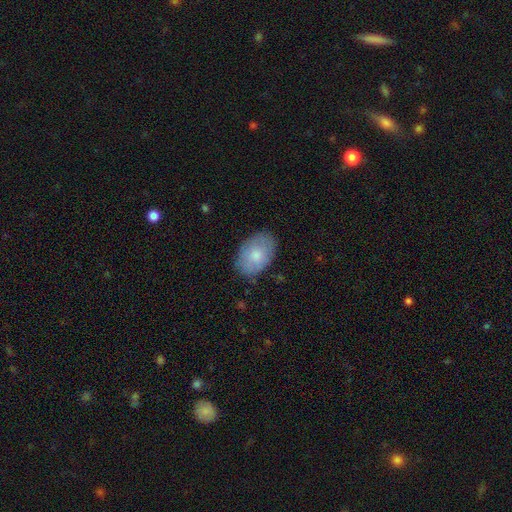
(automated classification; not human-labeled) This is likely a smooth galaxy (72%). How rounded: clearly in between (88%). Merging: clearly none (80%).